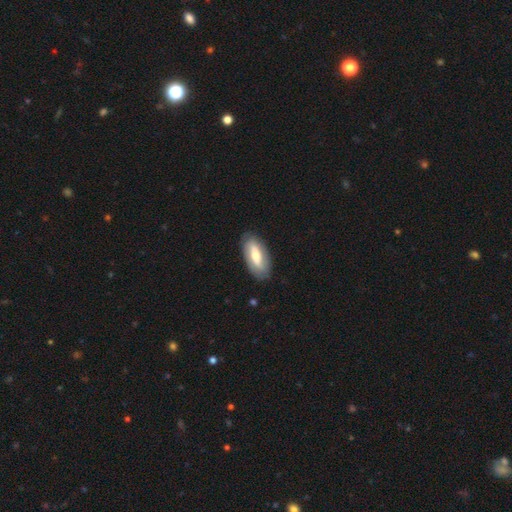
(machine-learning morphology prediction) A smooth galaxy with no disk features (52%) that is in between round and cigar-shaped (82%).

Vote fractions:
- Smooth or featured? smooth: 52% / featured or disk: 43% / star or artifact: 6%
- How rounded? in between: 82% / cigar-shaped: 16% / round: 2%
- Merging? none: 84% / minor disturbance: 12% / major disturbance: 3% / merger: 1%